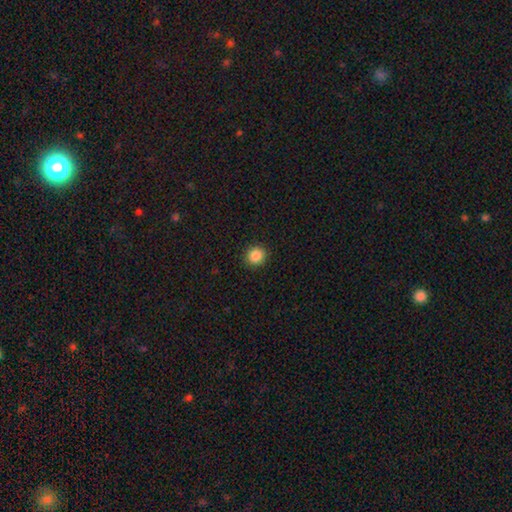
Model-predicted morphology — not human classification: smooth_or_featured: smooth (p=0.86) [alt: star or artifact p=0.10]
how_rounded: round (p=0.89) [alt: in between p=0.10]
merging: none (p=0.92) [alt: minor disturbance p=0.05]